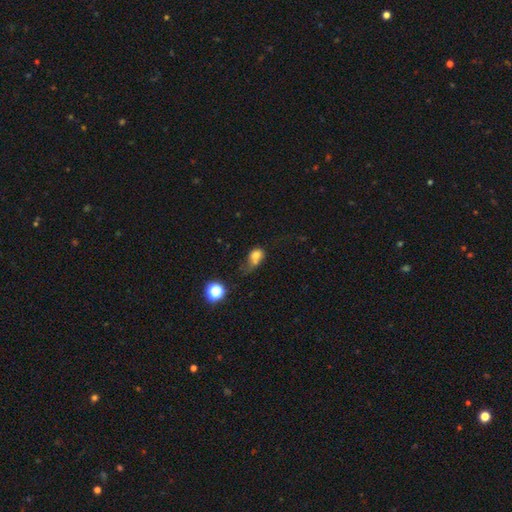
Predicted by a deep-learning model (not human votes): This is likely a smooth galaxy (70%). How rounded: possibly round (56%). Merging: marginally merger (41%).